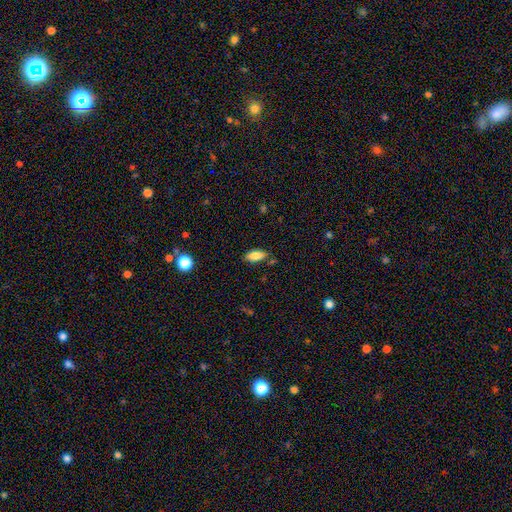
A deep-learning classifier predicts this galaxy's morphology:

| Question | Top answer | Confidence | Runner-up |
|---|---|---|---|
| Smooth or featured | smooth | 84% | featured or disk (8%) |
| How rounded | in between | 84% | cigar-shaped (13%) |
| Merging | none | 79% | minor disturbance (15%) |